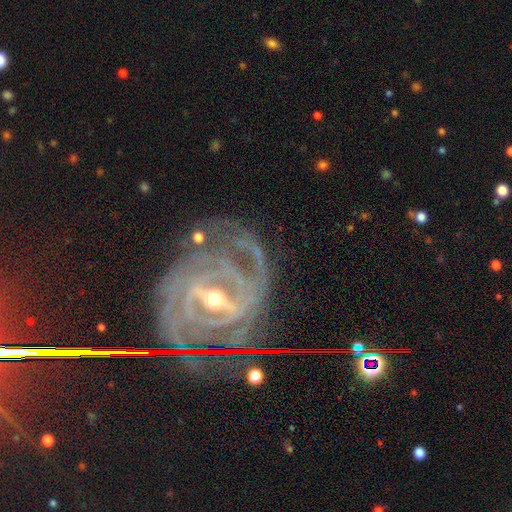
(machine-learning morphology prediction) This is clearly a featured or disk galaxy (89%). It is clearly not viewed edge-on (95%). Bar: possibly strong (59%). Spiral arm pattern: clearly yes (97%). Spiral arm count: marginally can't tell (24%). Spiral winding: likely tight (73%). Central bulge: possibly moderate (51%). Merging: likely none (68%).